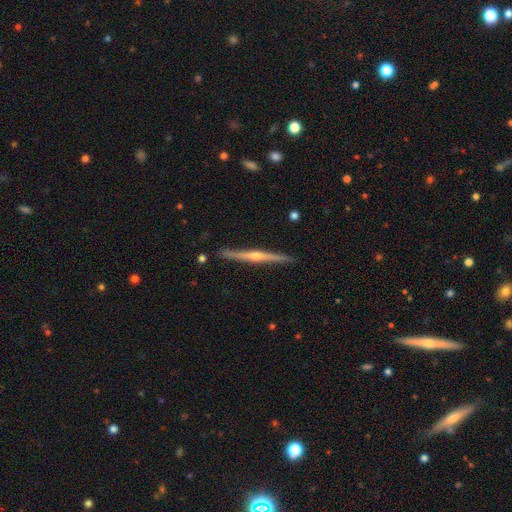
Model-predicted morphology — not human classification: smooth-or-featured: featured or disk: 80% | smooth: 15% | star or artifact: 5%
  disk-edge-on: yes: 98% | no: 2%
    edge-on-bulge: rounded: 81% | none: 12% | boxy: 6%
  merging: none: 90% | minor disturbance: 7% | merger: 1% | major disturbance: 1%